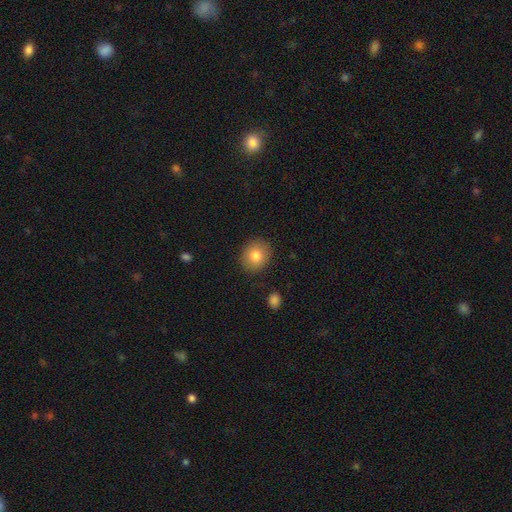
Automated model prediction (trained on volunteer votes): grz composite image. It shows a smooth galaxy with no disk features (80%) that is round (74%). Merging: none (88%).